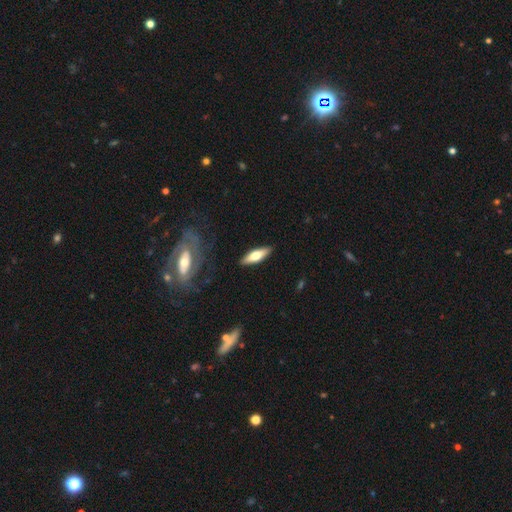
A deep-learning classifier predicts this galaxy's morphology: The model was most divided on "how rounded": cigar-shaped: 53%, in between: 45%, round: 2%. More confident: merging — none (88%); smooth or featured — smooth (58%).